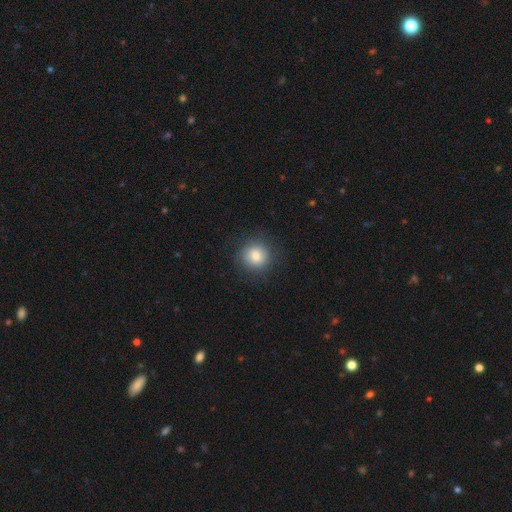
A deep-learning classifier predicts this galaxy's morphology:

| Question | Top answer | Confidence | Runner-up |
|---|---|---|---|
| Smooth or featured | smooth | 80% | featured or disk (11%) |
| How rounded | round | 91% | in between (8%) |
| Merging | none | 84% | minor disturbance (10%) |